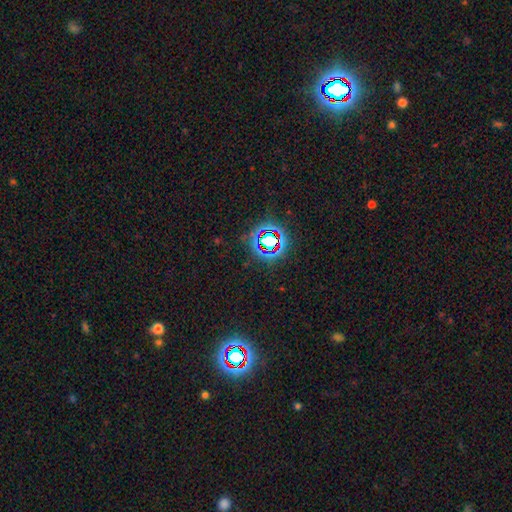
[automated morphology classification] smooth_or_featured: star or artifact (p=0.79) [alt: smooth p=0.12]